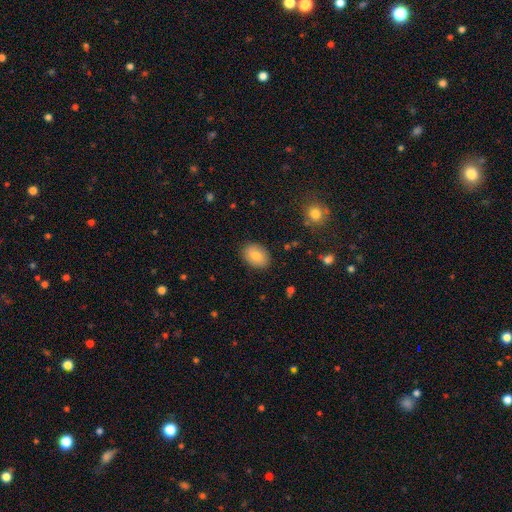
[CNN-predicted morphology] Smooth or featured? smooth (80%)
How rounded? in between (74%)
Merging? none (87%)